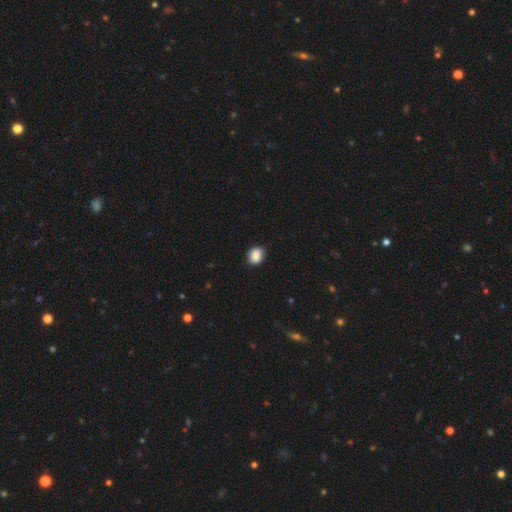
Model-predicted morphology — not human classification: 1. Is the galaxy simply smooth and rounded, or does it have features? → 88% smooth, 8% star or artifact, 3% featured or disk.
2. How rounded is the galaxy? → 54% in between, 45% round, 1% cigar-shaped.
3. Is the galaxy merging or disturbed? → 87% none, 10% minor disturbance, 2% major disturbance, 1% merger.